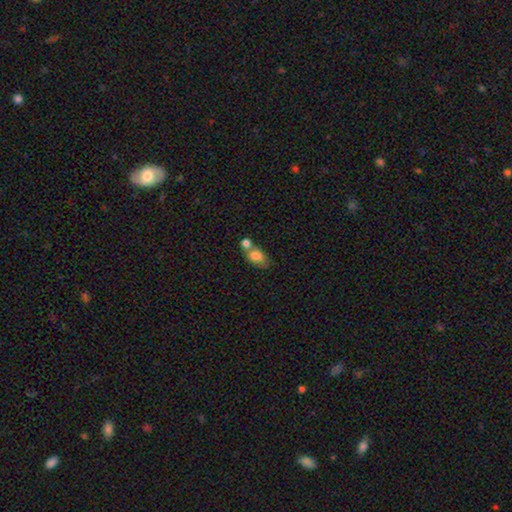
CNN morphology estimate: A smooth galaxy with no disk features (77%) that is in between round and cigar-shaped (82%).

Vote fractions:
- Smooth or featured? smooth: 77% / featured or disk: 15% / star or artifact: 8%
- How rounded? in between: 82% / round: 15% / cigar-shaped: 3%
- Merging? merger: 51% / none: 31% / minor disturbance: 12% / major disturbance: 6%